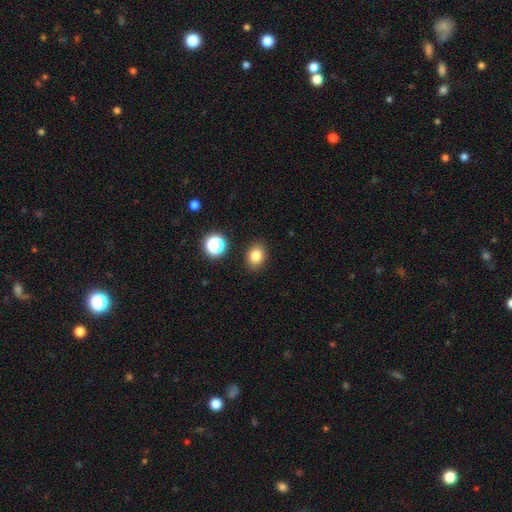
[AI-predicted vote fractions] A smooth galaxy with no disk features (81%) that is in between round and cigar-shaped (58%).

Vote fractions:
- Smooth or featured? smooth: 81% / star or artifact: 12% / featured or disk: 7%
- How rounded? in between: 58% / round: 41% / cigar-shaped: 1%
- Merging? none: 88% / minor disturbance: 8% / major disturbance: 2% / merger: 2%